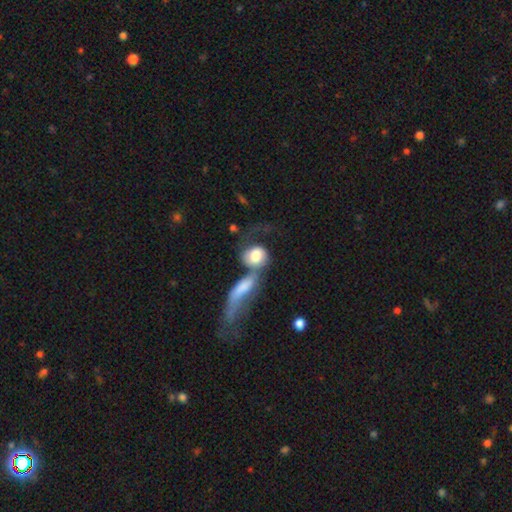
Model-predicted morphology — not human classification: Smooth or featured? smooth (56%)
How rounded? round (53%)
Merging? merger (65%)